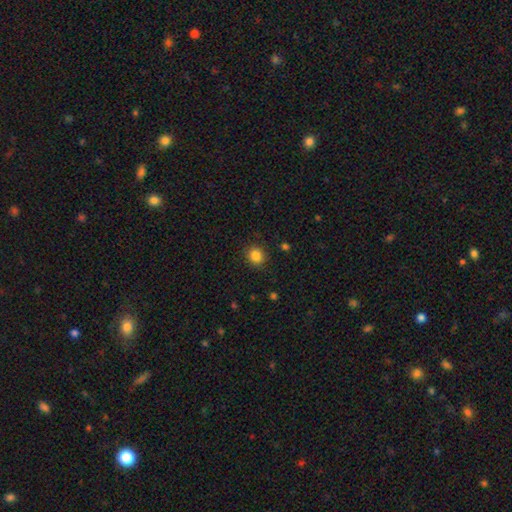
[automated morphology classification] Smooth or featured? smooth (85%)
How rounded? round (82%)
Merging? none (90%)